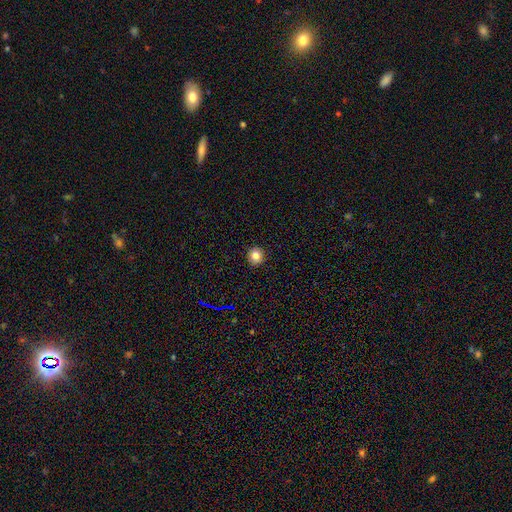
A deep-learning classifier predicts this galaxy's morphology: Overall: smooth (84%). How rounded: round (90%). Merging: none (92%).